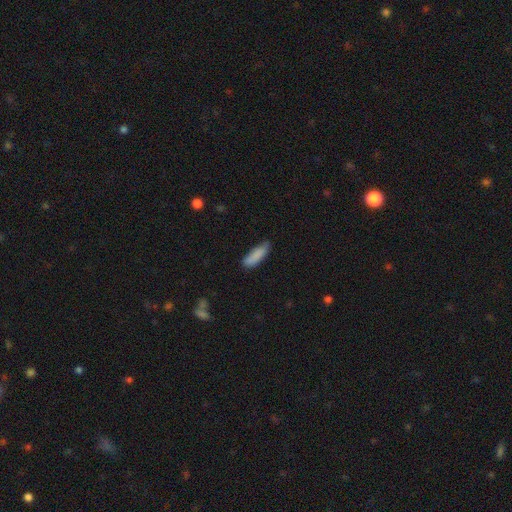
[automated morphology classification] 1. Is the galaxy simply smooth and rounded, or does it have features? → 86% smooth, 7% featured or disk, 6% star or artifact.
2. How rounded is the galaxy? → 49% in between (tied), 49% cigar-shaped (tied), 2% round.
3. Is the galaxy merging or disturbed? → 68% none, 26% minor disturbance, 4% major disturbance, 2% merger.